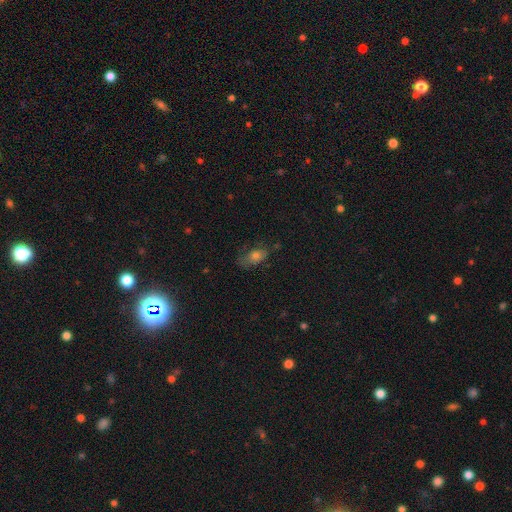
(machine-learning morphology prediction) smooth 66%, featured or disk 20%, star or artifact 13%. Down the decision tree: how rounded — in between (83%); merging — none (56%).